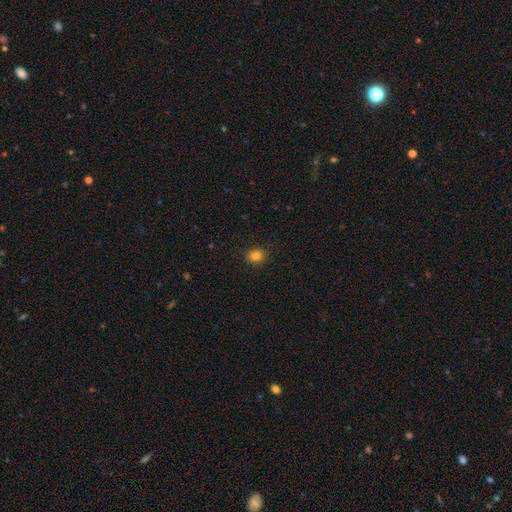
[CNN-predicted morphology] This is clearly a smooth galaxy (83%). How rounded: possibly round (58%). Merging: clearly none (89%).